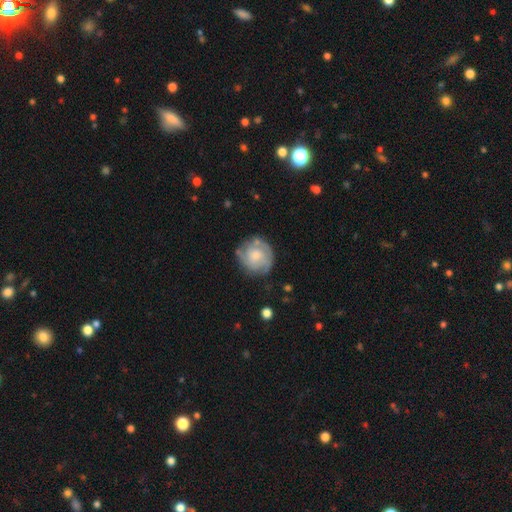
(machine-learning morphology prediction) Overall: featured or disk (58%; smooth 36%). Edge-on disk: no (98%). Bar: no (74%). Spiral arms: yes (77%). Bulge size: moderate (44%; small 35%). Merging: none (67%).